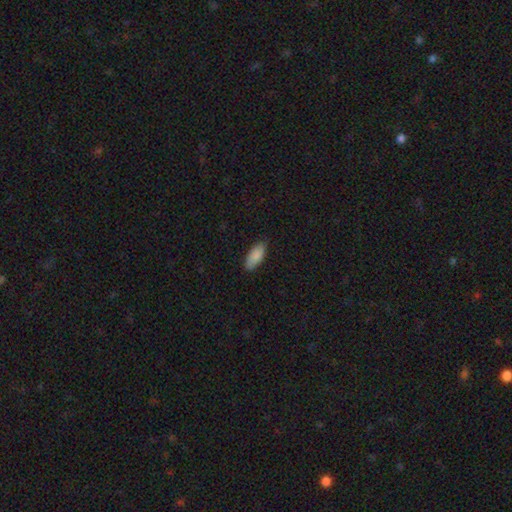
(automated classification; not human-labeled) The model was most divided on "how rounded": in between: 83%, cigar-shaped: 16%, round: 2%. More confident: smooth or featured — smooth (88%); merging — none (86%).